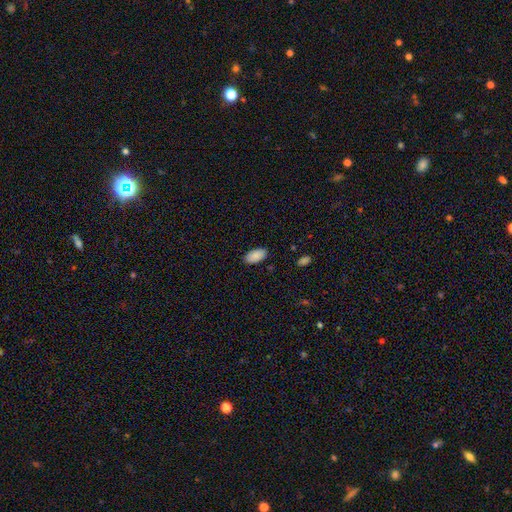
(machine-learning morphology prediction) This appears to be a smooth galaxy with no disk features (90%) that is in between round and cigar-shaped (96%). Merging: none (88%).